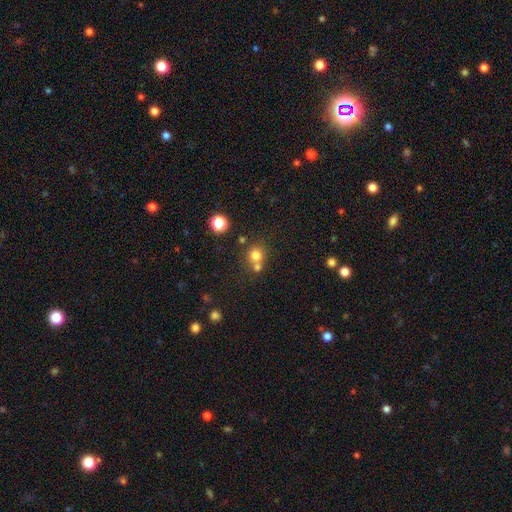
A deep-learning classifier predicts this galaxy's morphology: Smooth or featured? smooth (76%)
How rounded? round (87%)
Merging? none (55%)